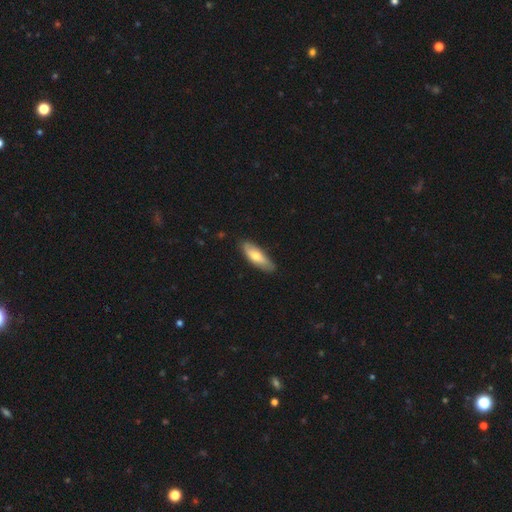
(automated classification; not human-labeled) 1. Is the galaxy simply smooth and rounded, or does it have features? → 64% smooth, 31% featured or disk, 5% star or artifact.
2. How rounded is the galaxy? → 58% in between, 40% cigar-shaped, 2% round.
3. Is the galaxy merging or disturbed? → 81% none, 15% minor disturbance, 2% major disturbance, 1% merger.